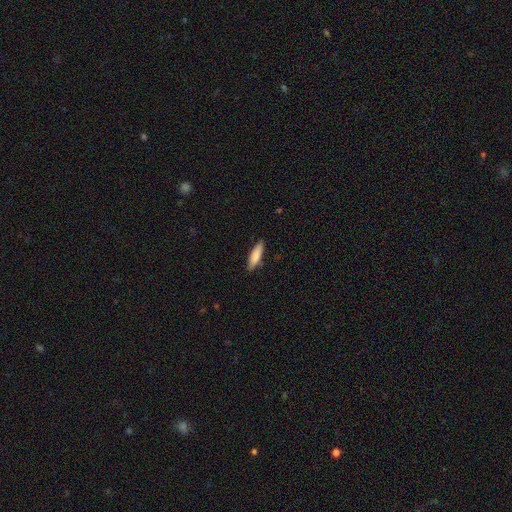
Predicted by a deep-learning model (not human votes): Smooth or featured: smooth — 84% (featured or disk — 11%)
How rounded: cigar-shaped — 66% (in between — 33%)
Merging: none — 88% (minor disturbance — 9%)